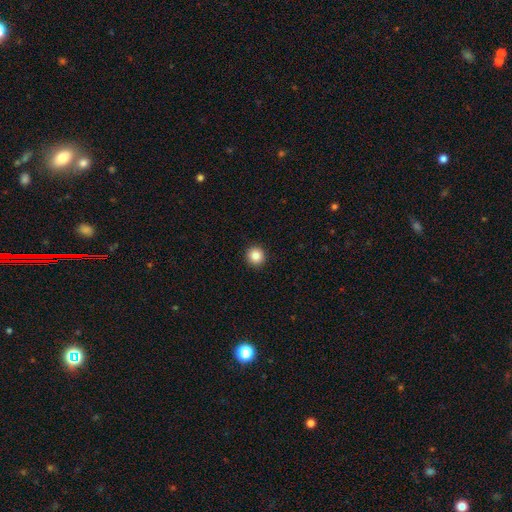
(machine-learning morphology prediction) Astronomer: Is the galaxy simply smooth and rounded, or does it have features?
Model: smooth — 86%.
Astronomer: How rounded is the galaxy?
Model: round — 94%.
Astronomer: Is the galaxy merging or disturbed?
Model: none — 93%.